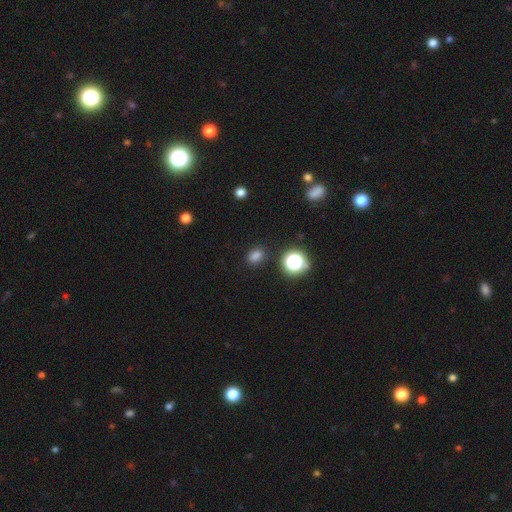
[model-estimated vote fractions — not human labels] This is likely a smooth galaxy (77%). How rounded: likely in between (65%). Merging: clearly none (84%).